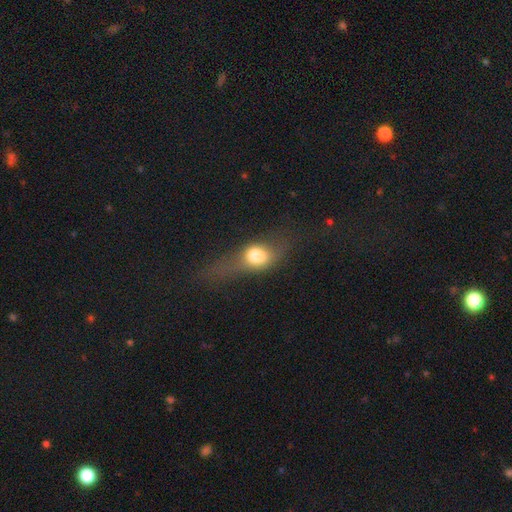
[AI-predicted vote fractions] A smooth galaxy with no disk features (63%) that is in between round and cigar-shaped (61%).

Vote fractions:
- Smooth or featured? smooth: 63% / featured or disk: 26% / star or artifact: 11%
- How rounded? in between: 61% / round: 31% / cigar-shaped: 7%
- Merging? none: 36% / major disturbance: 34% / minor disturbance: 26% / merger: 4%